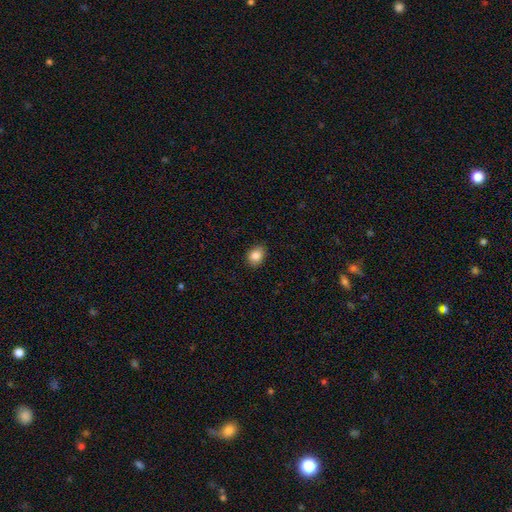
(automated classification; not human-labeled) A smooth galaxy with no disk features (85%) that is in between round and cigar-shaped (55%). Merging: none (87%).